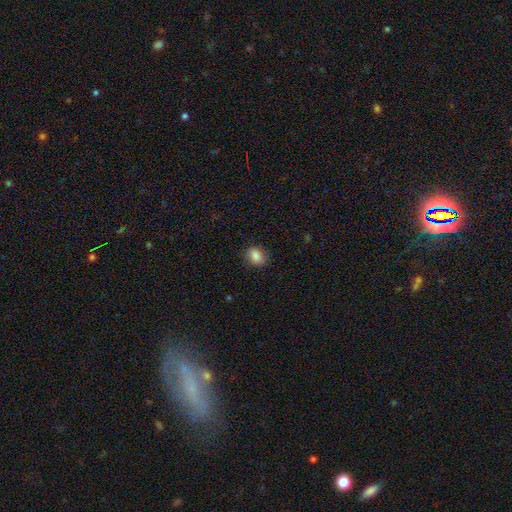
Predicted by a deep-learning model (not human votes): Overall: smooth (87%). How rounded: in between (61%; round 38%). Merging: none (87%).